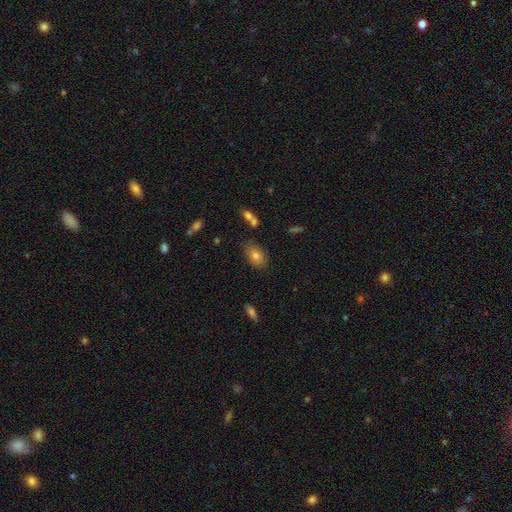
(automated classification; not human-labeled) smooth-or-featured: smooth: 78% | featured or disk: 12% | star or artifact: 10%
  how-rounded: in between: 84% | round: 14% | cigar-shaped: 2%
  merging: none: 76% | minor disturbance: 16% | merger: 5% | major disturbance: 4%